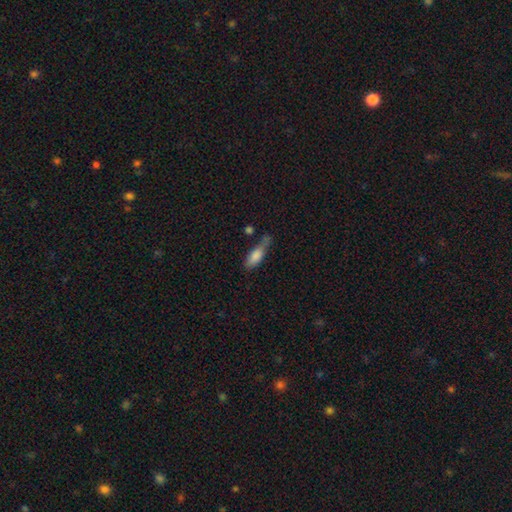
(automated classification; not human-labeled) smooth-or-featured: smooth: 79% | featured or disk: 13% | star or artifact: 7%
  how-rounded: in between: 60% | cigar-shaped: 37% | round: 3%
  merging: none: 37% | minor disturbance: 34% | major disturbance: 16% | merger: 13%